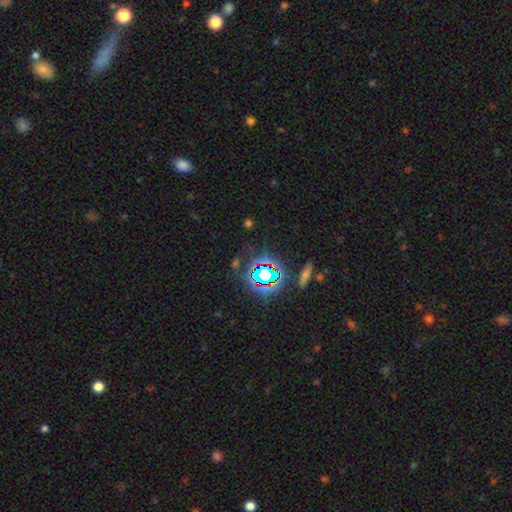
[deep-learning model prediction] Smooth or featured? Predicted: star or artifact (p=0.76).